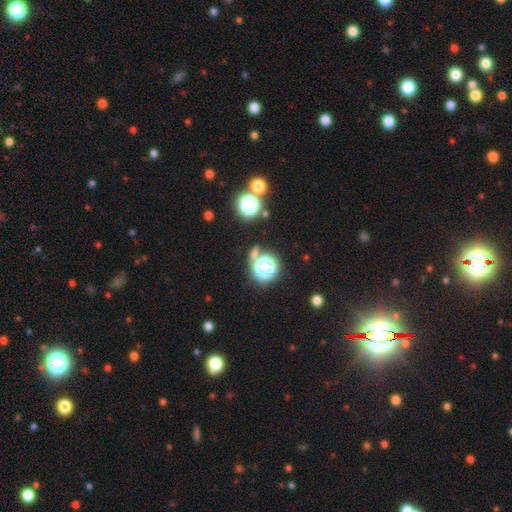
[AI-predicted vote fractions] smooth-or-featured: star or artifact: 70% | smooth: 22% | featured or disk: 8%